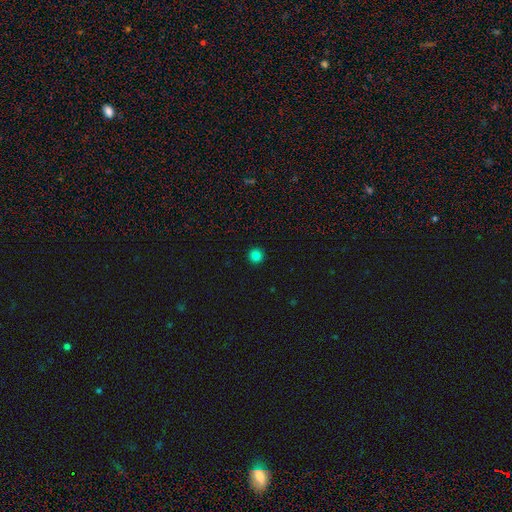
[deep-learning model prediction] This is clearly a smooth galaxy (83%). How rounded: clearly round (96%). Merging: clearly none (94%).